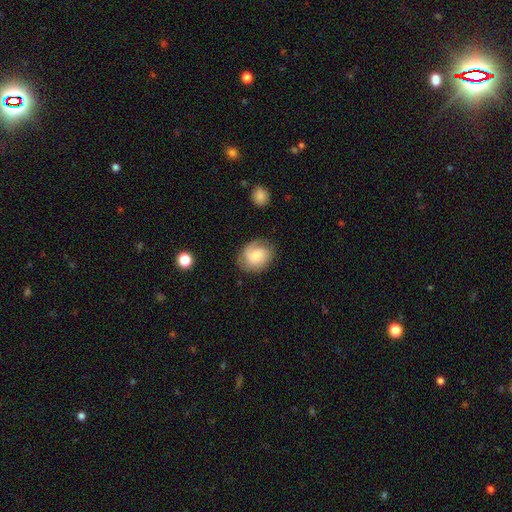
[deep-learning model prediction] This is possibly a smooth galaxy (54%). How rounded: possibly round (50%). Merging: likely none (73%).